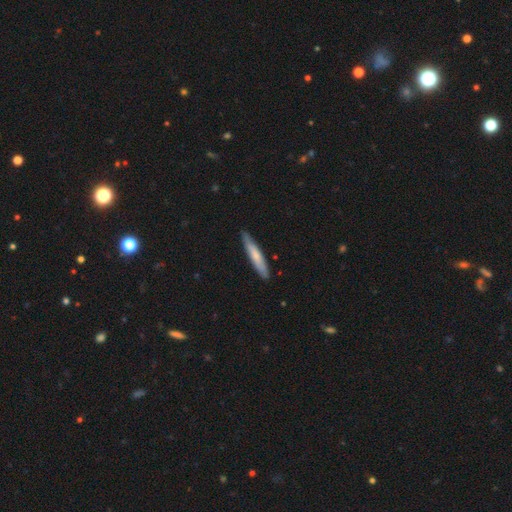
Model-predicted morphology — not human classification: Q: Smooth or featured?
A: smooth (66%); runner-up: featured or disk (29%)
Q: How rounded?
A: cigar-shaped (92%); runner-up: in between (7%)
Q: Merging?
A: none (84%); runner-up: minor disturbance (13%)